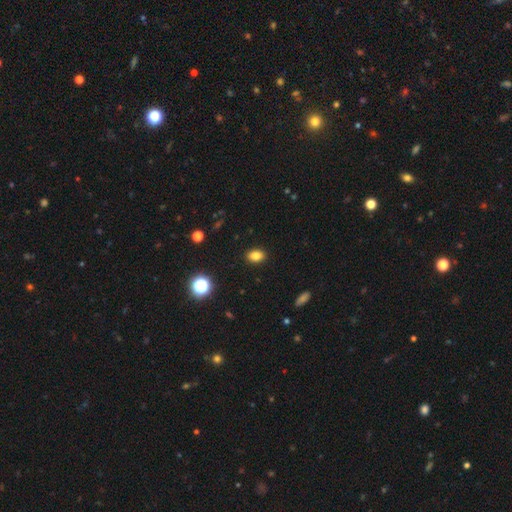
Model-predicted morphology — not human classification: Smooth or featured? Predicted: smooth (p=0.82). How rounded? Predicted: in between (p=0.79). Merging? Predicted: none (p=0.90).